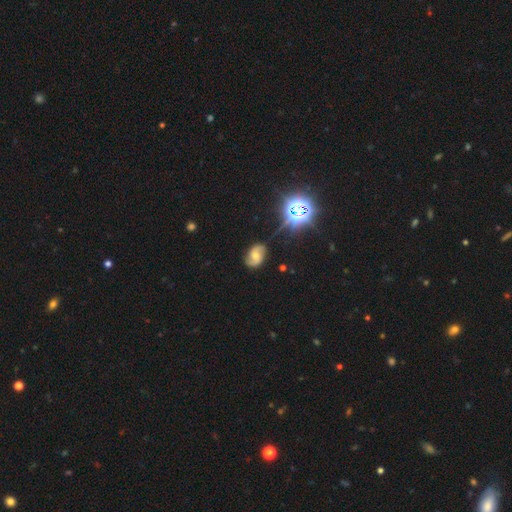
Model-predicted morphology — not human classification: The model was most divided on "bulge size": moderate: 45%, small: 39%, none: 10%, large: 5%, dominant: 2%. Remaining: edge-on disk — no (97%); spiral arms — yes (93%); spiral arm count — 2 (88%); merging — none (75%); smooth or featured — featured or disk (65%); bar — no (54%); spiral winding — medium (45%).